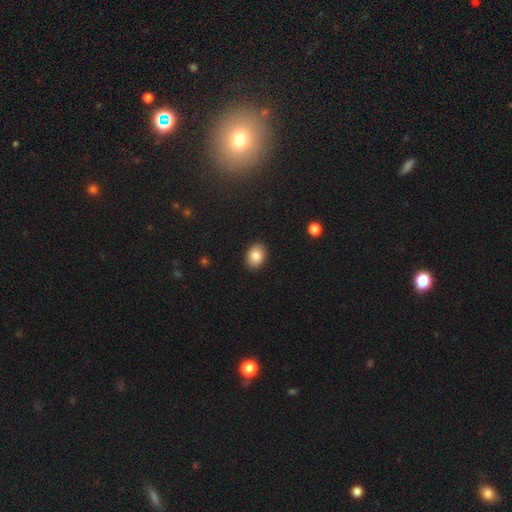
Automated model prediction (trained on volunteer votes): A smooth galaxy with no disk features (85%) that is in between round and cigar-shaped (74%). Merging: none (90%).